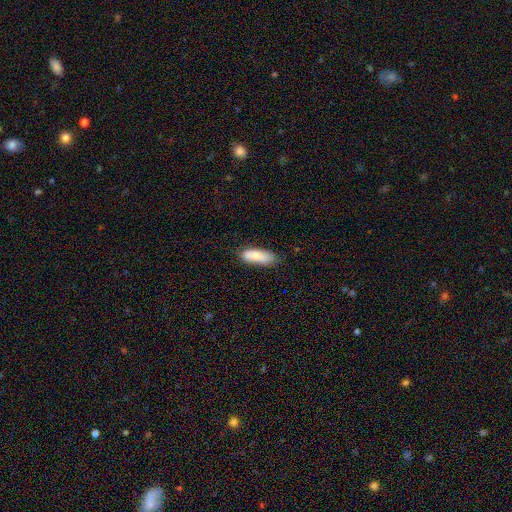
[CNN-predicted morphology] smooth-or-featured: smooth: 82% | featured or disk: 11% | star or artifact: 6%
  how-rounded: in between: 62% | cigar-shaped: 37% | round: 2%
  merging: none: 68% | minor disturbance: 24% | major disturbance: 5% | merger: 3%